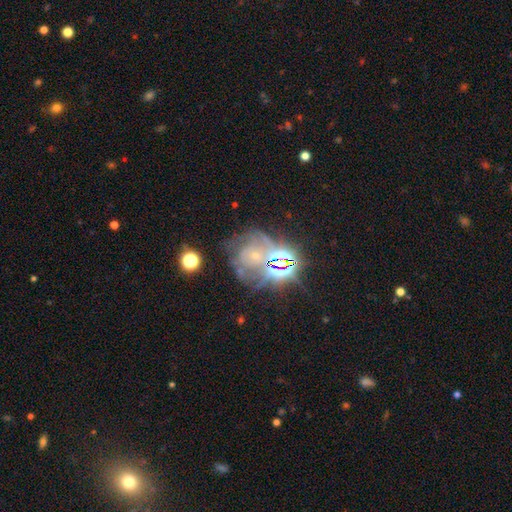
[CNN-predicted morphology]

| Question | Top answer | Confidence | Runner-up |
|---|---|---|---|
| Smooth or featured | featured or disk | 51% | star or artifact (34%) |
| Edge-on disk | no | 96% | yes (4%) |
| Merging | none | 51% | minor disturbance (19%) |